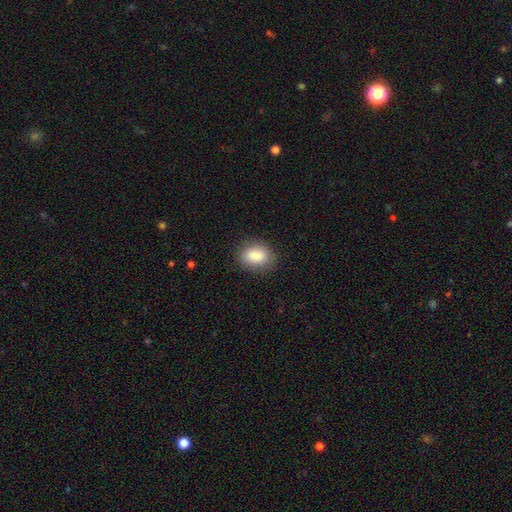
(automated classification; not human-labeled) Q: Smooth or featured?
A: smooth (87%); runner-up: star or artifact (7%)
Q: How rounded?
A: in between (75%); runner-up: round (24%)
Q: Merging?
A: none (85%); runner-up: minor disturbance (11%)